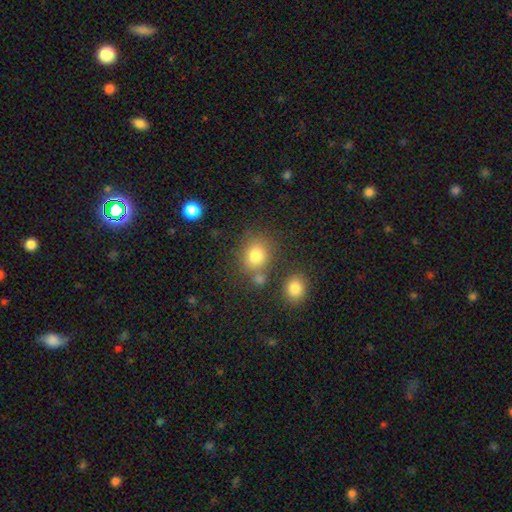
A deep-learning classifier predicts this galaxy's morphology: This appears to be a smooth galaxy with no disk features (79%) that is round (71%). Merging: none (68%).